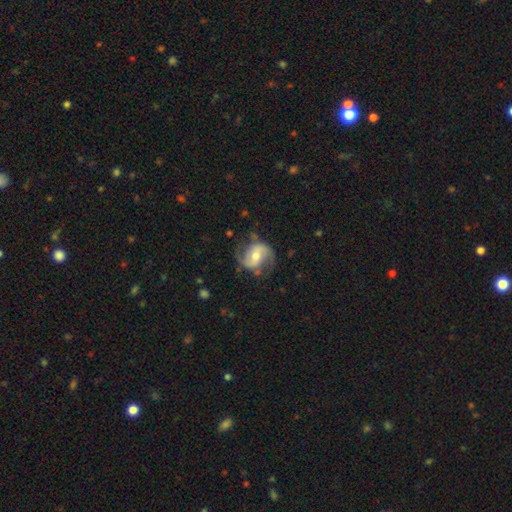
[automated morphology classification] Smooth or featured: featured or disk — 79% (smooth — 14%)
Edge-on disk: no — 97% (yes — 3%)
Bar: weak — 43% (no — 32%)
Spiral arms: yes — 93% (no — 7%)
Spiral winding: medium — 47% (loose — 38%)
Spiral arm count: 2 — 90% (can't tell — 5%)
Bulge size: moderate — 61% (small — 29%)
Merging: none — 69% (minor disturbance — 19%)